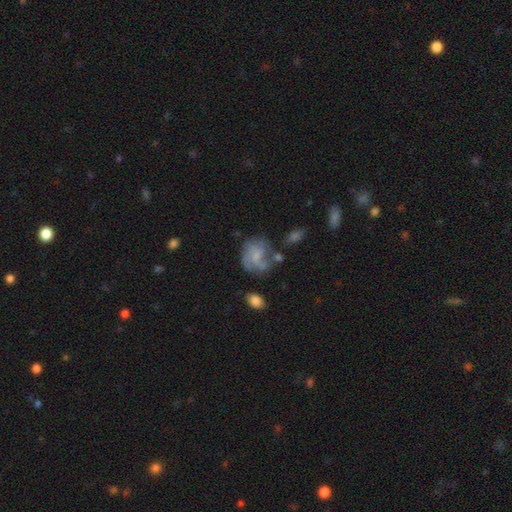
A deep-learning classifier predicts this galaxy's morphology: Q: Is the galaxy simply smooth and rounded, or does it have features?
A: featured or disk — 54%.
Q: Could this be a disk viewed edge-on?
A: no — 98%.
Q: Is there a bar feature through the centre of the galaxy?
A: no — 67%.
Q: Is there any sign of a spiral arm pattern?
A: yes — 64%.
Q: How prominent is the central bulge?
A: none — 39%.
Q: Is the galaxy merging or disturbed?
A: none — 43%.